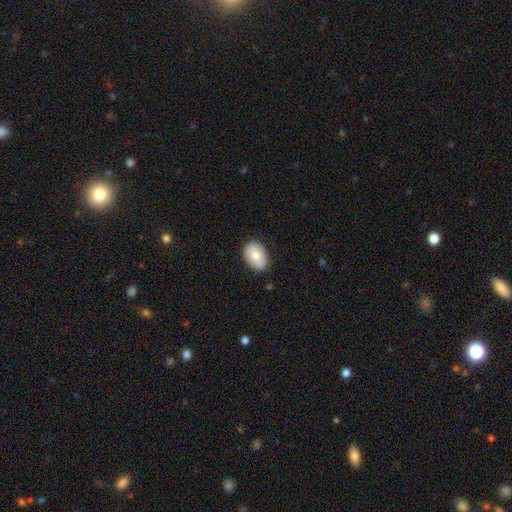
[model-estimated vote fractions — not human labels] smooth_or_featured: smooth (p=0.75) [alt: featured or disk p=0.18]
how_rounded: in between (p=0.80) [alt: round p=0.19]
merging: none (p=0.84) [alt: minor disturbance p=0.13]